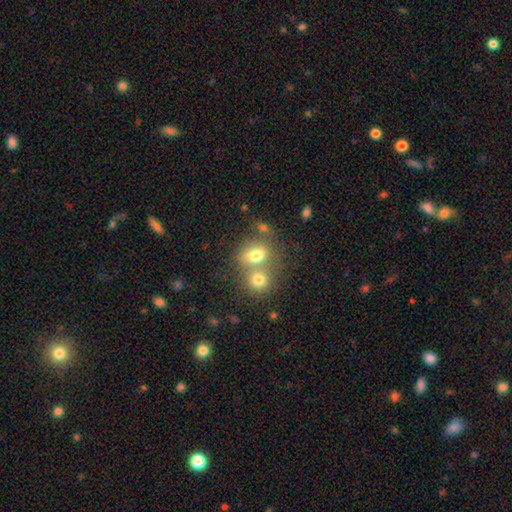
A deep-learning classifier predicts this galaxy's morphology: This appears to be a smooth galaxy with no disk features (73%) that is round (50%). Merging: merger (52%).